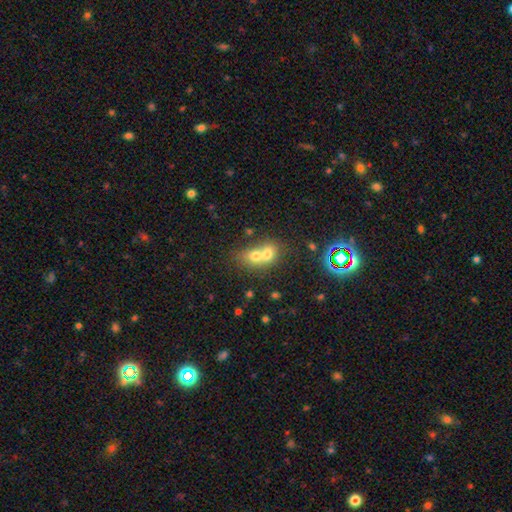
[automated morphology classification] The model was most divided on "how rounded": round: 50%, in between: 48%, cigar-shaped: 2%. More confident: merging — merger (74%); smooth or featured — smooth (67%).